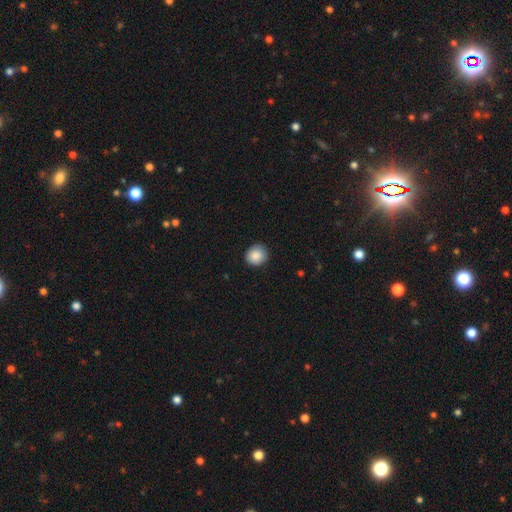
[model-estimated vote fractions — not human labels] A smooth galaxy with no disk features (87%) that is round (87%). Merging: none (88%).